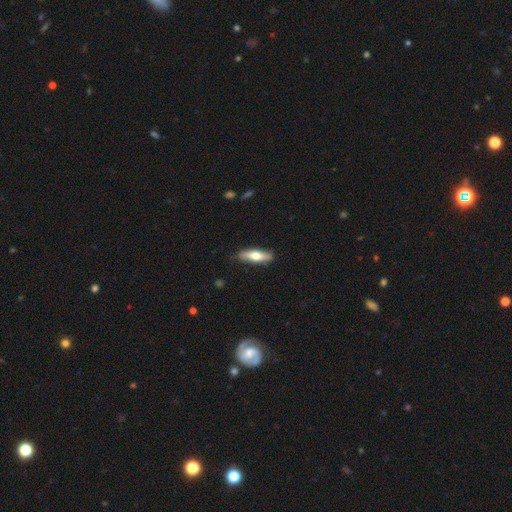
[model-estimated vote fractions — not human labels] Smooth or featured?
  - smooth: 66% *
  - featured or disk: 29%
  - star or artifact: 5%
How rounded?
  - cigar-shaped: 53% *
  - in between: 45%
  - round: 2%
Merging?
  - none: 86% *
  - minor disturbance: 11%
  - major disturbance: 2%
  - merger: 1%